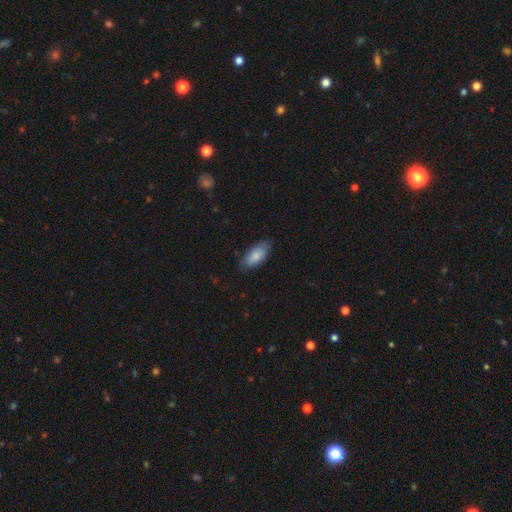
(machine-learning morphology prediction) smooth_or_featured: smooth (p=0.84) [alt: featured or disk p=0.10]
how_rounded: in between (p=0.88) [alt: cigar-shaped p=0.10]
merging: none (p=0.80) [alt: minor disturbance p=0.16]